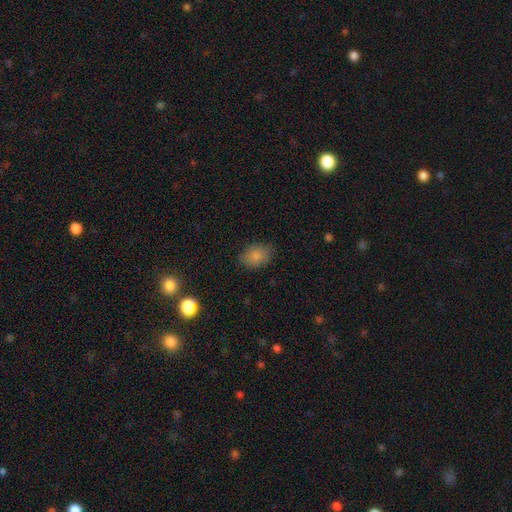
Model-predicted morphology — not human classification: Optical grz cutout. It shows a smooth galaxy with no disk features (84%) that is in between round and cigar-shaped (72%). Merging: none (80%).